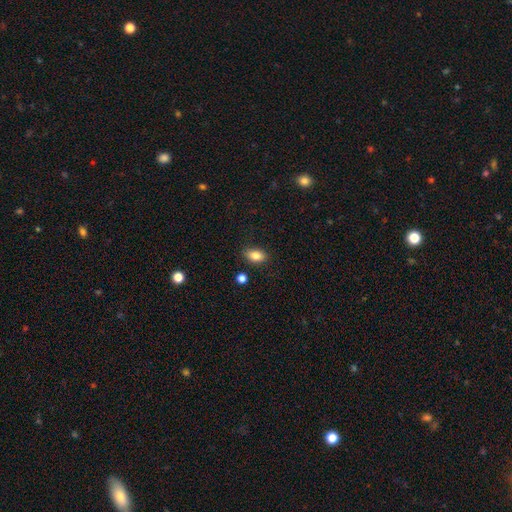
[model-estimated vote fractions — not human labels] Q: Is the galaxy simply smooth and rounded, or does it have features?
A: smooth — 84%.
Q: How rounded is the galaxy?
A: in between — 87%.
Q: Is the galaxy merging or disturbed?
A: none — 84%.